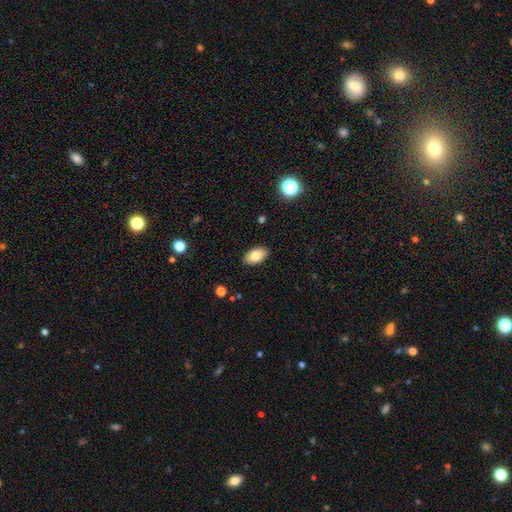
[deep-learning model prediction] This is clearly a smooth galaxy (81%). How rounded: clearly in between (93%). Merging: clearly none (89%).